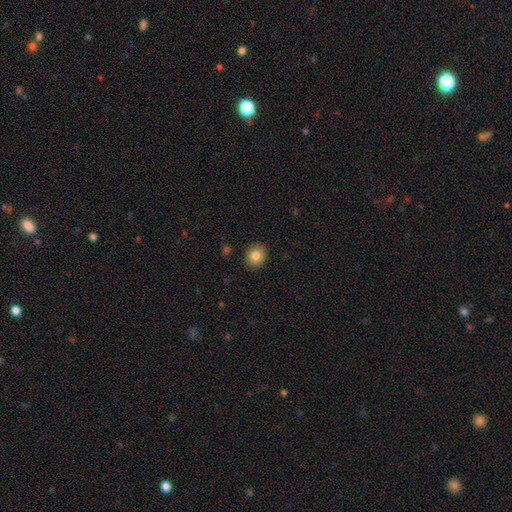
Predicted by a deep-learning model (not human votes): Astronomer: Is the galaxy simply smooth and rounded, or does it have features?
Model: smooth — 83%.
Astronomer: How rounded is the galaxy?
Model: round — 63%.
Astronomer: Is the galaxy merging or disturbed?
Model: none — 90%.